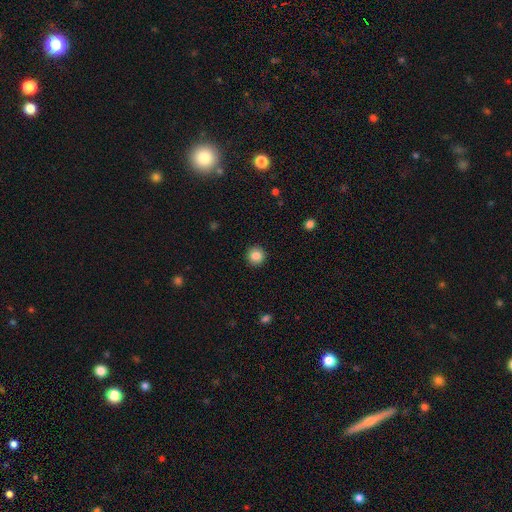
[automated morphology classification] smooth 86%, star or artifact 9%, featured or disk 5%. Down the decision tree: how rounded — round (95%); merging — none (92%).